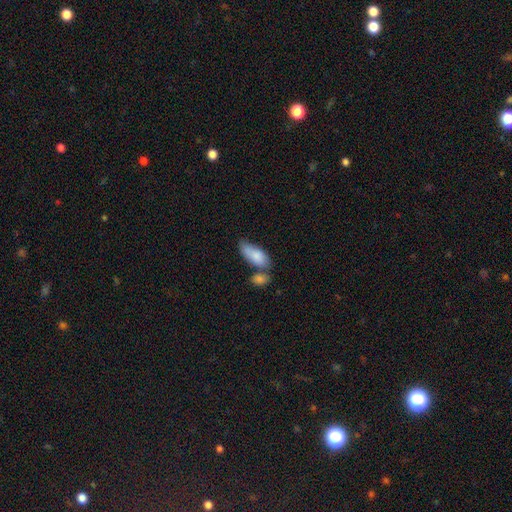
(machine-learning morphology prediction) A smooth galaxy with no disk features (82%) that is in between round and cigar-shaped (84%). Merging: none (36%).